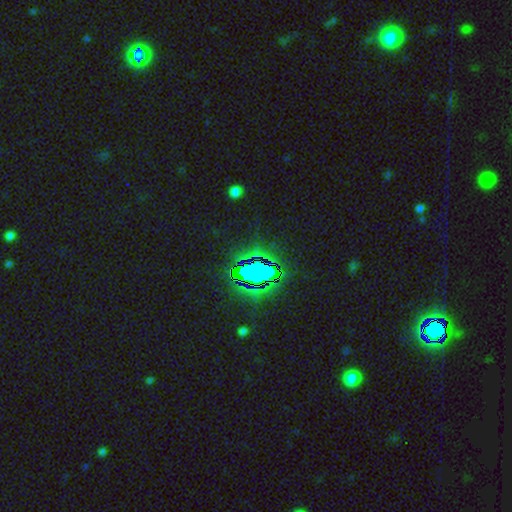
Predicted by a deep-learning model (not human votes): Q: Smooth or featured?
A: star or artifact (83%); runner-up: smooth (10%)